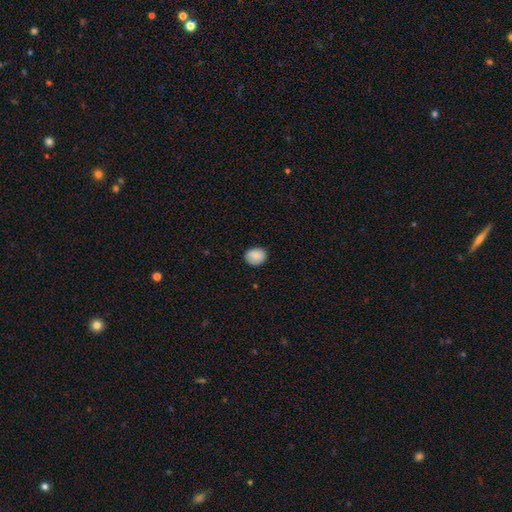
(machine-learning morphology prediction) Smooth or featured? Predicted: smooth (p=0.88). How rounded? Predicted: round (p=0.57). Merging? Predicted: none (p=0.86).